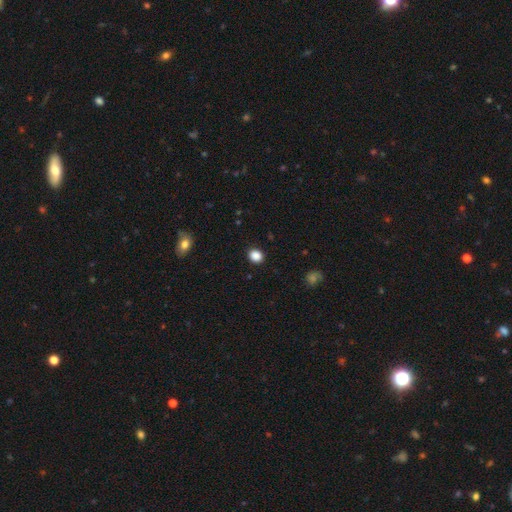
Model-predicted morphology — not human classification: Smooth or featured?
  - smooth: 87% *
  - star or artifact: 10%
  - featured or disk: 3%
How rounded?
  - round: 67% *
  - in between: 32%
  - cigar-shaped: 1%
Merging?
  - none: 90% *
  - minor disturbance: 7%
  - major disturbance: 2%
  - merger: 1%